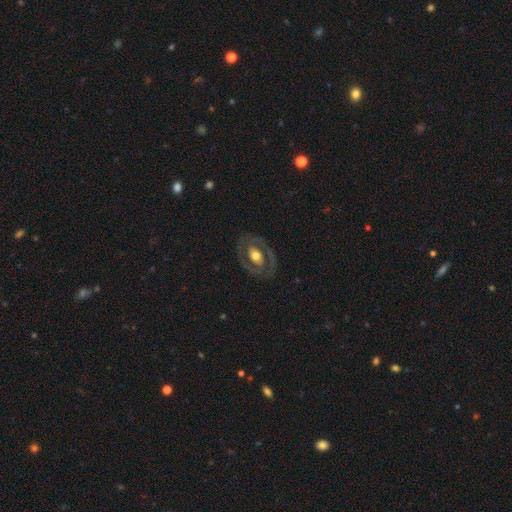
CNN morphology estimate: smooth-or-featured: featured or disk: 67% | smooth: 28% | star or artifact: 5%
  disk-edge-on: no: 94% | yes: 6%
    bar: no: 67% | weak: 22% | strong: 12%
    has-spiral-arms: no: 62% | yes: 38%
    bulge-size: moderate: 63% | large: 26% | small: 8% | dominant: 2% | none: 1%
  merging: none: 78% | minor disturbance: 13% | major disturbance: 8% | merger: 1%